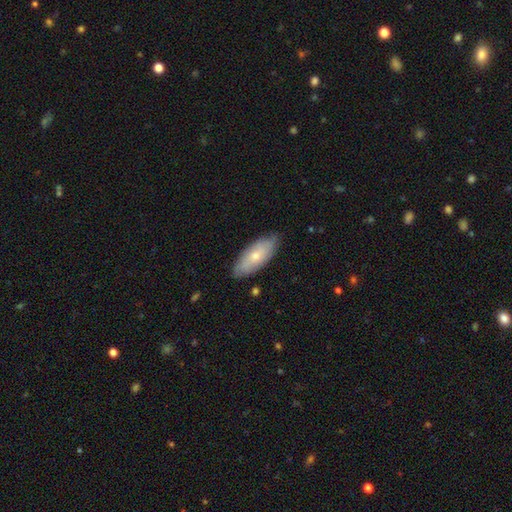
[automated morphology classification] This appears to be a smooth galaxy with no disk features (61%) that is in between round and cigar-shaped (81%). Merging: none (82%).